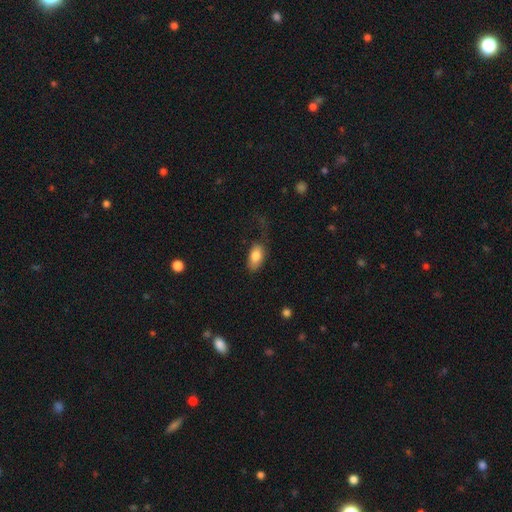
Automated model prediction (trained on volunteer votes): Morphology: type=smooth (82%); roundness=in between (92%); merging=none (51%).